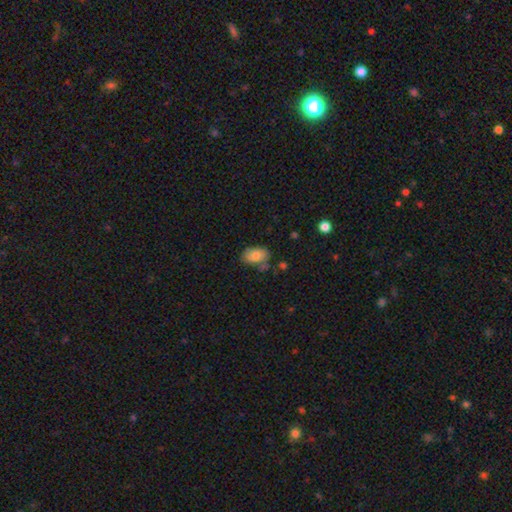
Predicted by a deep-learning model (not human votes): smooth_or_featured: smooth (p=0.78) [alt: featured or disk p=0.14]
how_rounded: in between (p=0.88) [alt: round p=0.11]
merging: none (p=0.60) [alt: minor disturbance p=0.26]